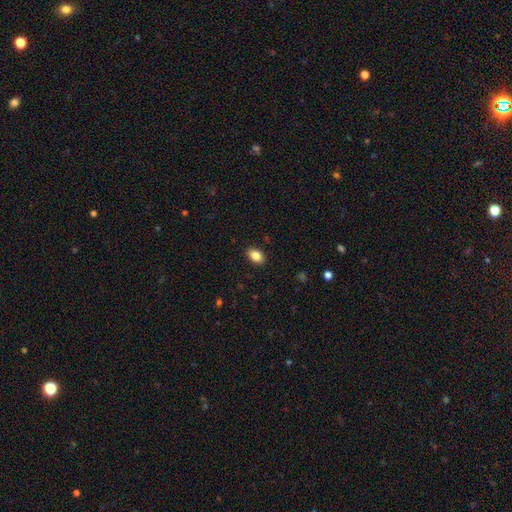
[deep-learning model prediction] A smooth galaxy with no disk features (85%) that is in between round and cigar-shaped (84%). Merging: none (89%).